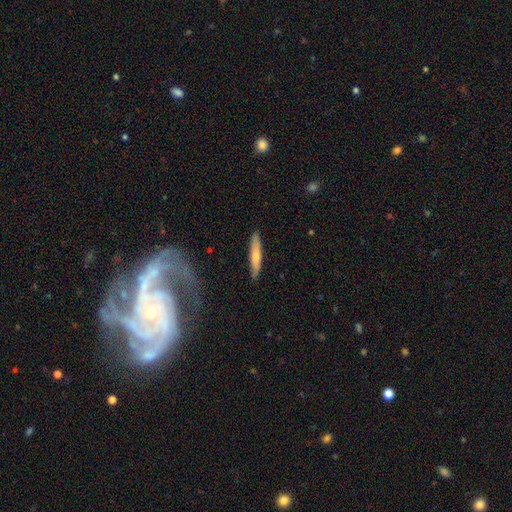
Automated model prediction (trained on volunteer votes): Morphology: type=smooth (65%); roundness=cigar-shaped (89%); merging=none (87%).